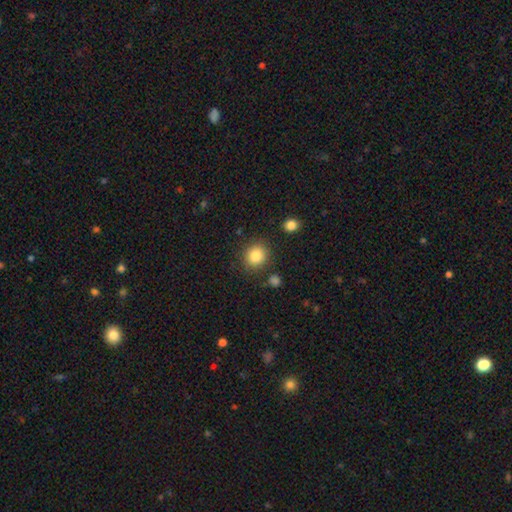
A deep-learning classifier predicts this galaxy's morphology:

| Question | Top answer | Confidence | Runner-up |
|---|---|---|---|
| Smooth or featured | smooth | 86% | star or artifact (9%) |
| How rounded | round | 80% | in between (19%) |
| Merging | none | 84% | minor disturbance (9%) |